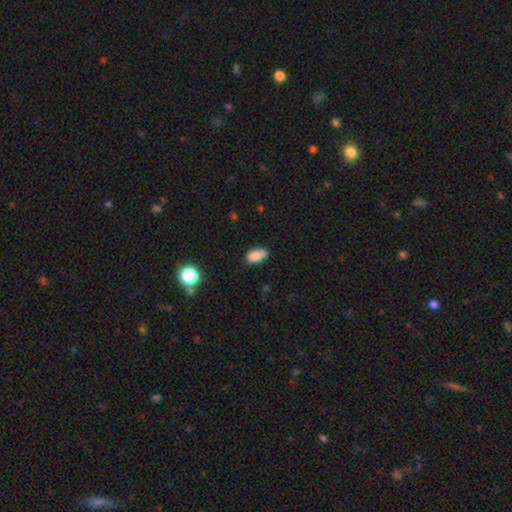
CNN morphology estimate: Smooth or featured?
  - smooth: 84% *
  - star or artifact: 9%
  - featured or disk: 7%
How rounded?
  - in between: 90% *
  - round: 6%
  - cigar-shaped: 4%
Merging?
  - none: 66% *
  - minor disturbance: 26%
  - major disturbance: 4%
  - merger: 4%